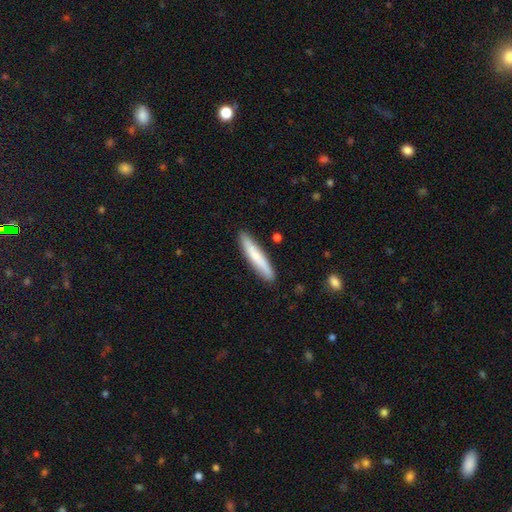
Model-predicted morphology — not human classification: smooth-or-featured: smooth: 68% | featured or disk: 26% | star or artifact: 5%
  how-rounded: cigar-shaped: 93% | in between: 6% | round: 1%
  merging: none: 88% | minor disturbance: 9% | major disturbance: 2% | merger: 1%